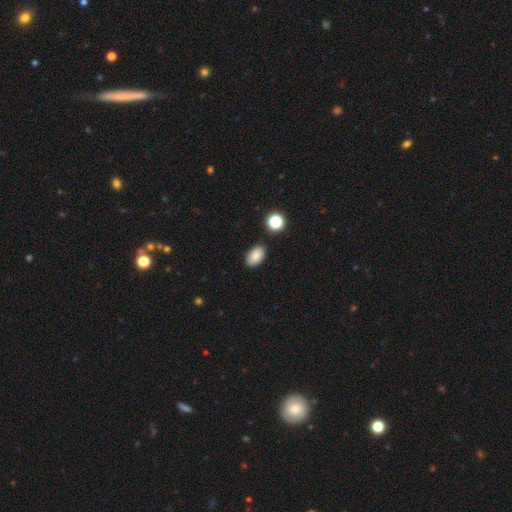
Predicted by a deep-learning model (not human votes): This appears to be a smooth galaxy with no disk features (84%) that is in between round and cigar-shaped (92%). Merging: none (86%).